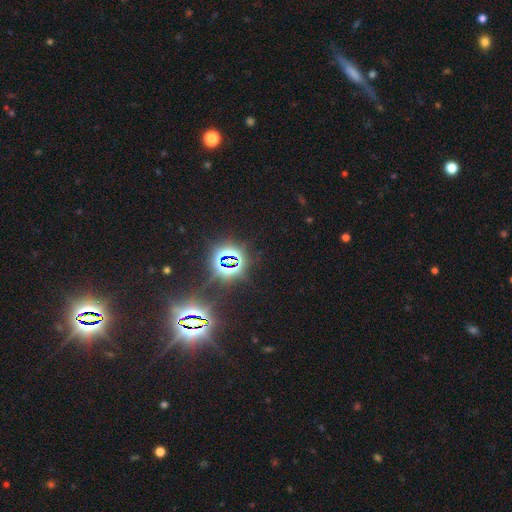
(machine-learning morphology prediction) This is clearly a star or artifact rather than a galaxy (82%).